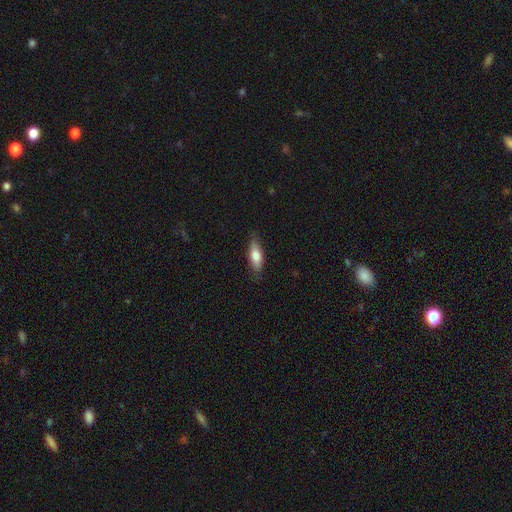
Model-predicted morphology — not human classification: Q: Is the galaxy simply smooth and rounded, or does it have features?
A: smooth — 74%.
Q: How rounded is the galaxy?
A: in between — 66%.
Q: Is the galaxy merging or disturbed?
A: none — 79%.